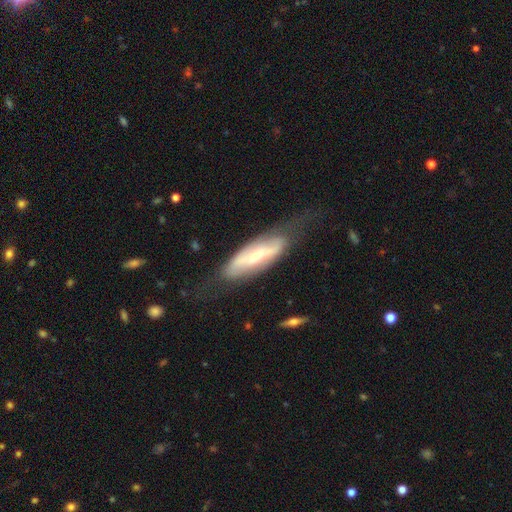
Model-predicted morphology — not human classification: The model was most divided on "bulge size": moderate: 48%, small: 44%, large: 5%, none: 2%, dominant: 1%. Remaining: edge-on disk — no (75%); spiral arms — yes (68%); smooth or featured — featured or disk (68%); merging — none (55%); bar — strong (44%).